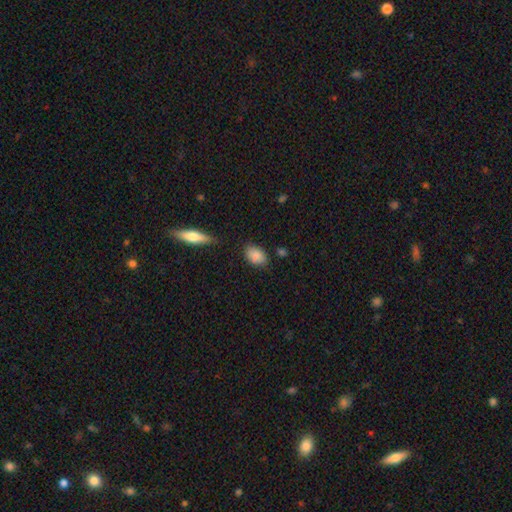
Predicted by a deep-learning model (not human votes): Q: Smooth or featured?
A: smooth (86%); runner-up: star or artifact (7%)
Q: How rounded?
A: in between (86%); runner-up: round (12%)
Q: Merging?
A: none (77%); runner-up: minor disturbance (16%)